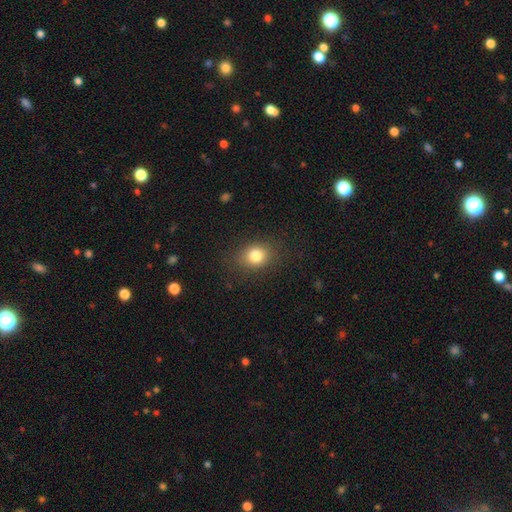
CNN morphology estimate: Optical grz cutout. It shows a smooth galaxy with no disk features (81%) that is round (58%). Merging: none (83%).